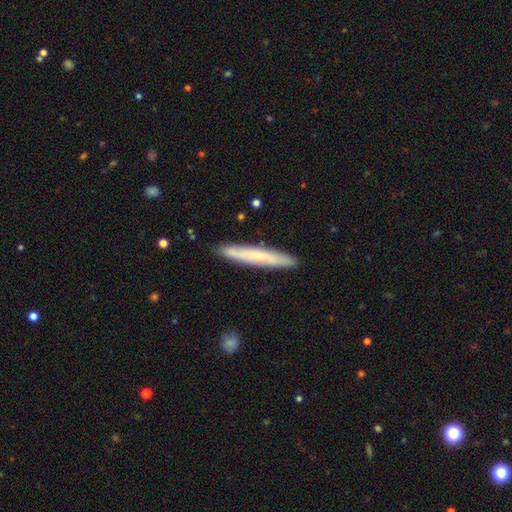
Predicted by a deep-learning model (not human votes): Q: Smooth or featured?
A: smooth (56%); runner-up: featured or disk (38%)
Q: How rounded?
A: cigar-shaped (95%); runner-up: in between (3%)
Q: Merging?
A: none (89%); runner-up: minor disturbance (8%)